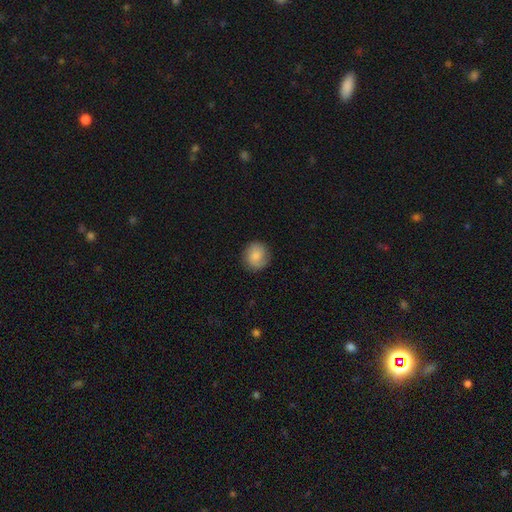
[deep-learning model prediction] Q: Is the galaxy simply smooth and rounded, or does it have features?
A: smooth — 78%.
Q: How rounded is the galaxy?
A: round — 87%.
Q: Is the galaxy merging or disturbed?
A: none — 86%.